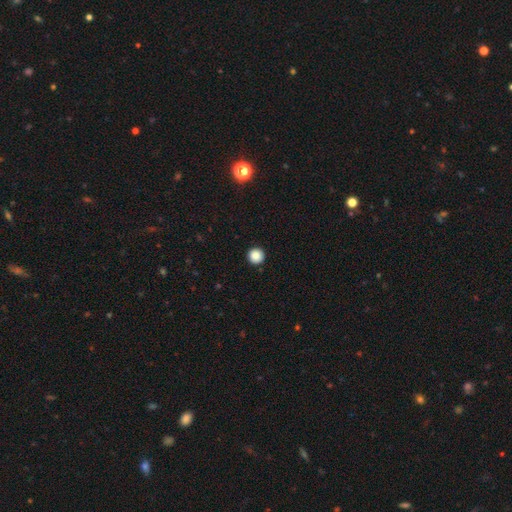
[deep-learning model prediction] smooth-or-featured: smooth: 87% | star or artifact: 10% | featured or disk: 3%
  how-rounded: round: 96% | in between: 3% | cigar-shaped: 1%
  merging: none: 93% | minor disturbance: 4% | major disturbance: 1% | merger: 1%